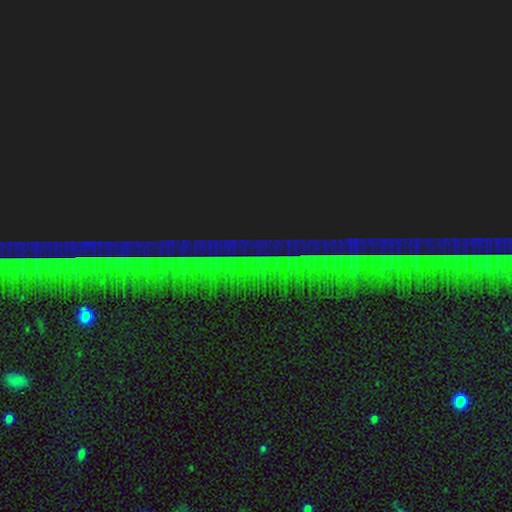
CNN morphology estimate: Smooth or featured?
  - star or artifact: 88% *
  - featured or disk: 6%
  - smooth: 5%